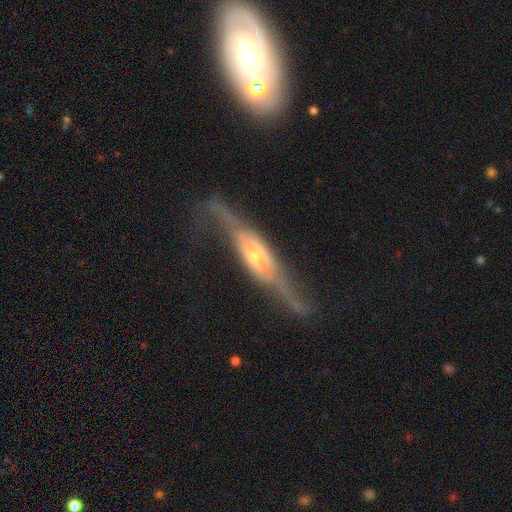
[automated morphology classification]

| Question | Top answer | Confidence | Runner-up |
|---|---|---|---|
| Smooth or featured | featured or disk | 82% | smooth (12%) |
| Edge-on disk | yes | 70% | no (30%) |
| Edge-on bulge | rounded | 72% | boxy (20%) |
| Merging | none | 51% | major disturbance (25%) |